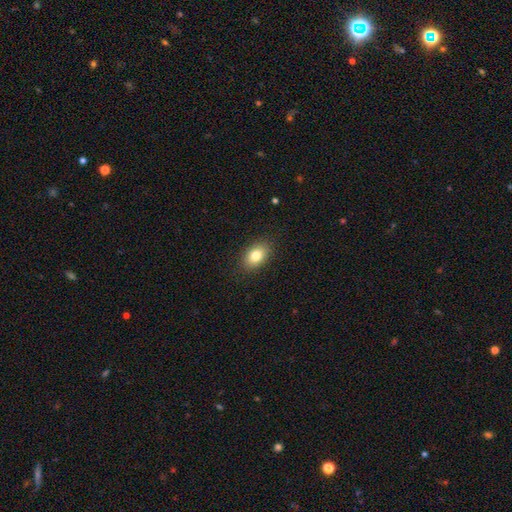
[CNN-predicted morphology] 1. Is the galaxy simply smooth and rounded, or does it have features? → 81% smooth, 11% featured or disk, 9% star or artifact.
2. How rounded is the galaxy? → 84% in between, 15% round, 1% cigar-shaped.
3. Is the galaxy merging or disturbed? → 87% none, 9% minor disturbance, 3% major disturbance, 1% merger.